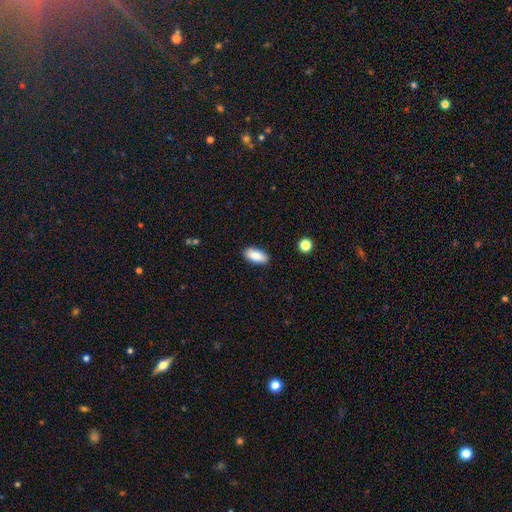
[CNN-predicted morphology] This appears to be a smooth galaxy with no disk features (88%) that is in between round and cigar-shaped (90%). Merging: none (88%).